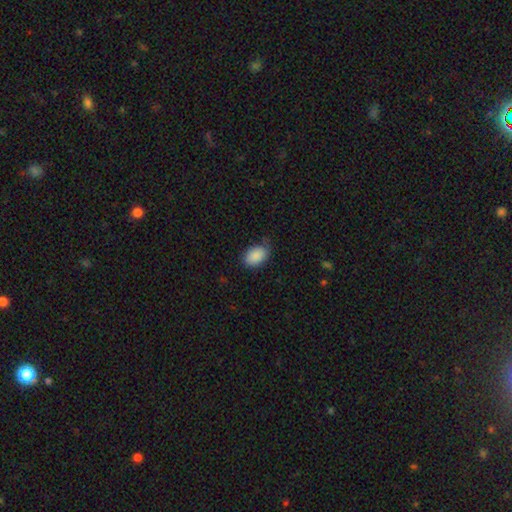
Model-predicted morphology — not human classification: type=smooth (89%); roundness=in between (89%); merging=none (67%).